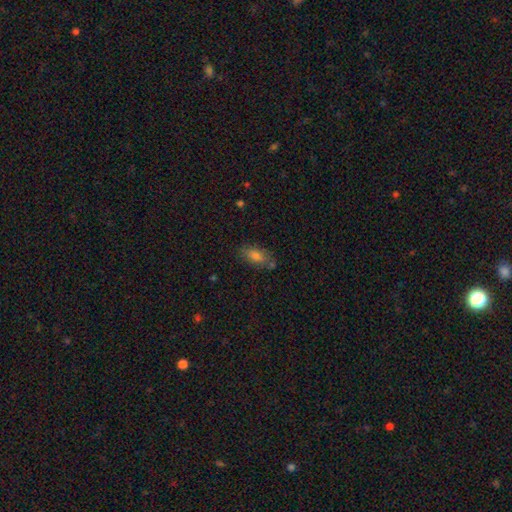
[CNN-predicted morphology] A smooth galaxy with no disk features (76%) that is in between round and cigar-shaped (83%). Merging: none (74%).